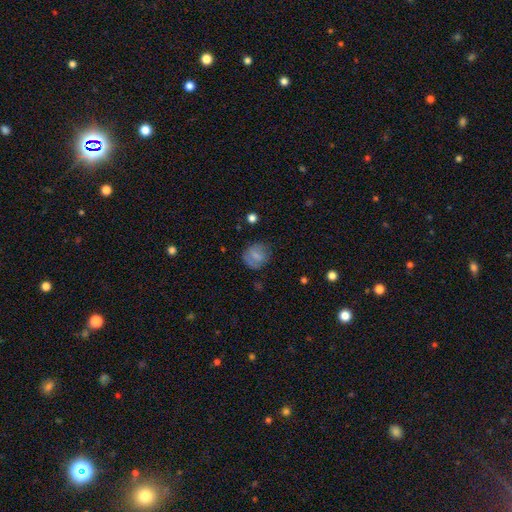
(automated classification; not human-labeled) smooth-or-featured: smooth: 70% | featured or disk: 20% | star or artifact: 9%
  how-rounded: round: 75% | in between: 24% | cigar-shaped: 1%
  merging: none: 71% | minor disturbance: 20% | major disturbance: 8% | merger: 2%